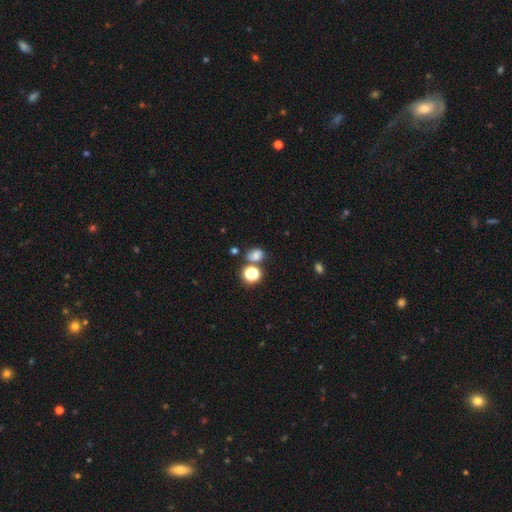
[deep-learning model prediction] A smooth galaxy with no disk features (69%) that is round (58%). Merging: none (61%).